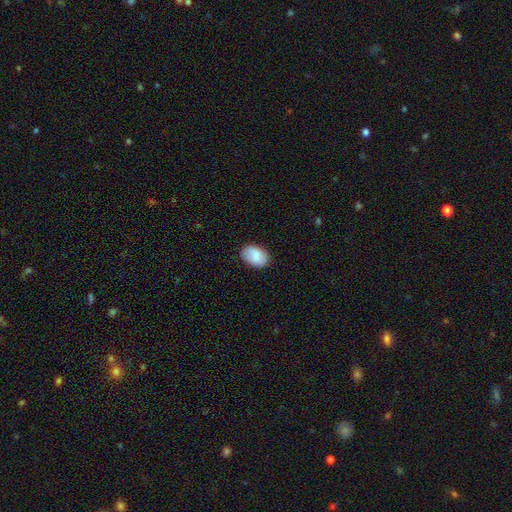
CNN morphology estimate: smooth-or-featured: smooth: 82% | featured or disk: 11% | star or artifact: 7%
  how-rounded: in between: 85% | round: 14% | cigar-shaped: 1%
  merging: none: 84% | minor disturbance: 12% | major disturbance: 2% | merger: 1%